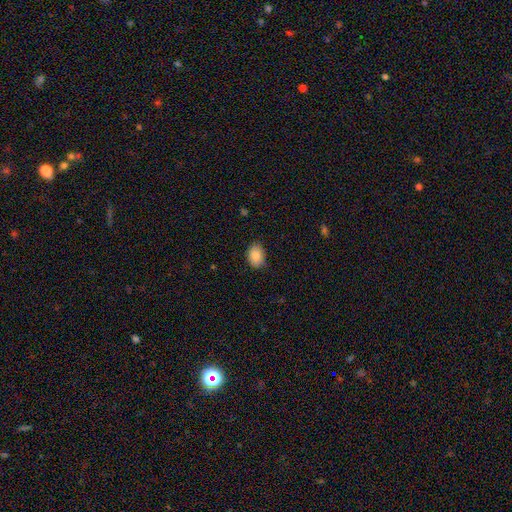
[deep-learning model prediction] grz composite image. It shows a smooth galaxy with no disk features (87%) that is in between round and cigar-shaped (79%). Merging: none (84%).